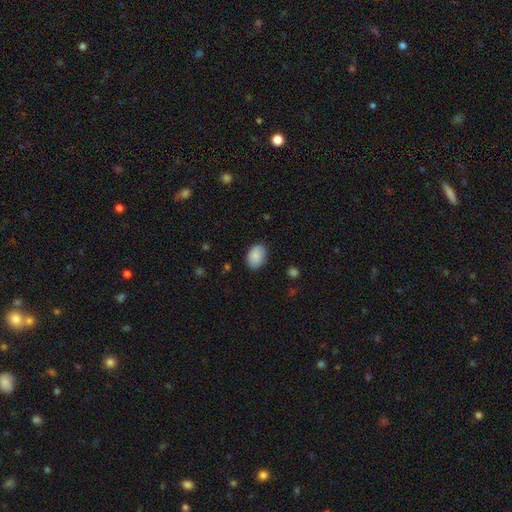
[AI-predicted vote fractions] The model was most divided on "how rounded": in between: 83%, round: 16%, cigar-shaped: 1%. More confident: smooth or featured — smooth (88%); merging — none (85%).